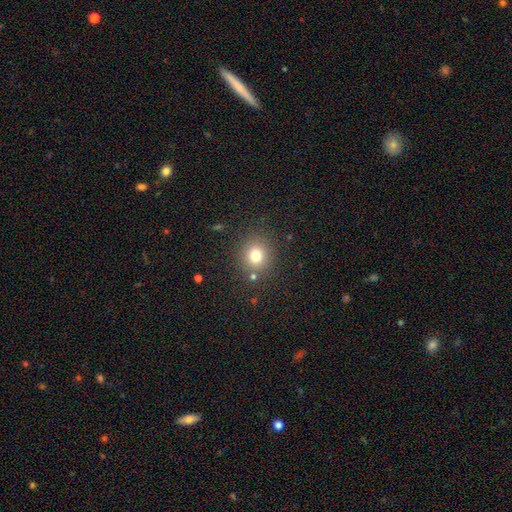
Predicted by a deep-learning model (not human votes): Overall: smooth (76%). How rounded: round (82%). Merging: none (83%).